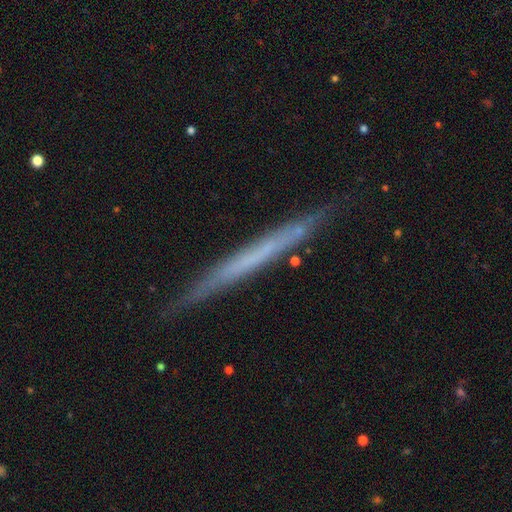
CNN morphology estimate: Q: Smooth or featured?
A: featured or disk (55%); runner-up: smooth (38%)
Q: Edge-on disk?
A: yes (96%); runner-up: no (4%)
Q: Edge-on bulge?
A: none (92%); runner-up: rounded (5%)
Q: Merging?
A: none (87%); runner-up: minor disturbance (10%)